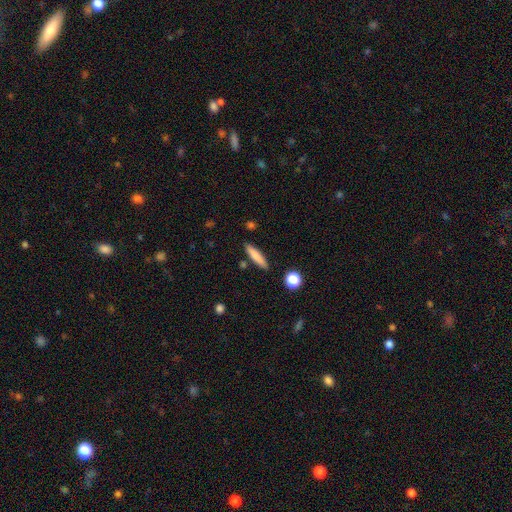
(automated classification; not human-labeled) The model was most divided on "smooth or featured": smooth: 79%, featured or disk: 14%, star or artifact: 7%. More confident: merging — none (85%); how rounded — cigar-shaped (82%).